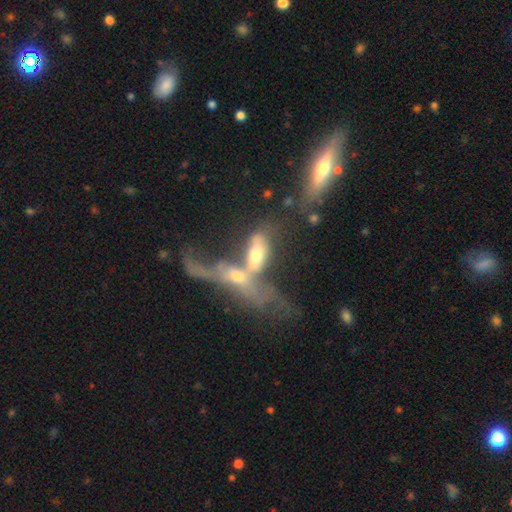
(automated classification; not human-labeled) Smooth or featured?
  - featured or disk: 64% *
  - smooth: 24%
  - star or artifact: 12%
Edge-on disk?
  - no: 52% *
  - yes: 48%
Merging?
  - merger: 65% *
  - none: 15%
  - major disturbance: 12%
  - minor disturbance: 8%